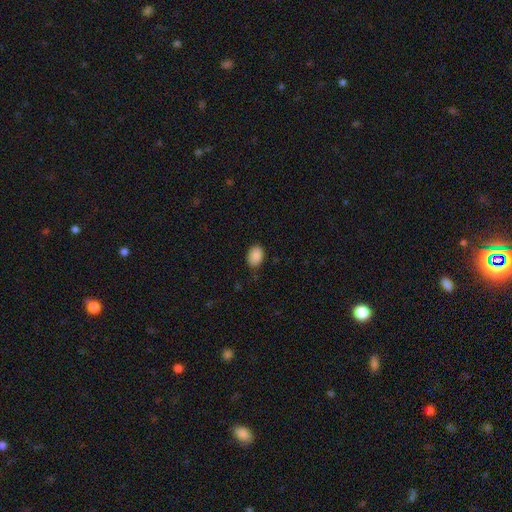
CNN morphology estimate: type=smooth (89%); roundness=in between (77%); merging=none (80%).